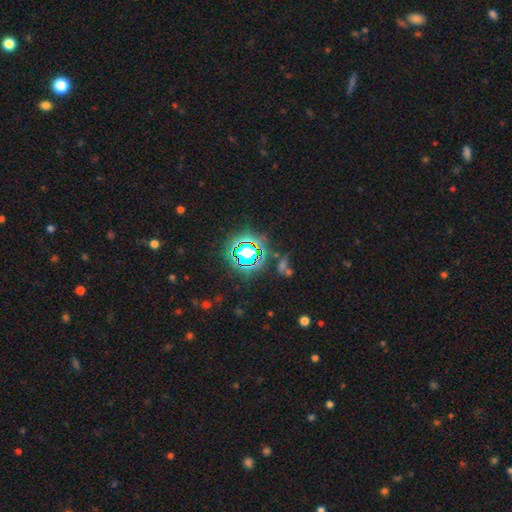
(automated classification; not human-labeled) A star or artifact, not a galaxy (81%).